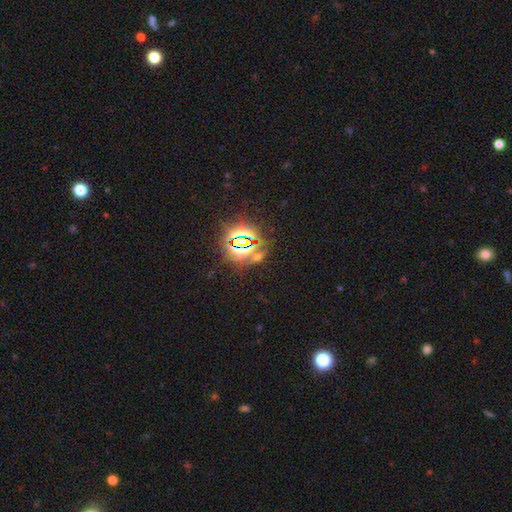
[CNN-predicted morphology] smooth_or_featured: star or artifact (p=0.82) [alt: smooth p=0.10]